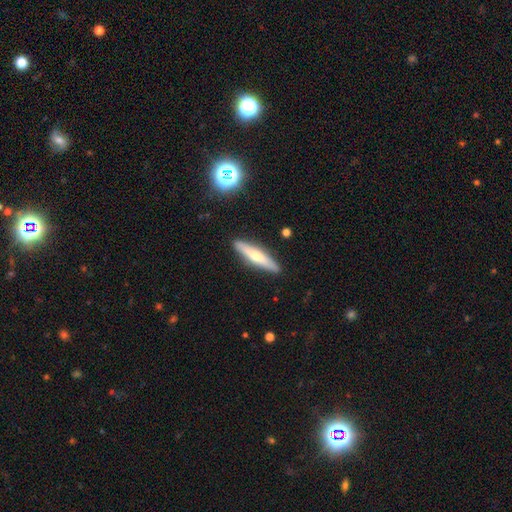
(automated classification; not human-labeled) Smooth or featured? smooth (48%)
Merging? none (89%)